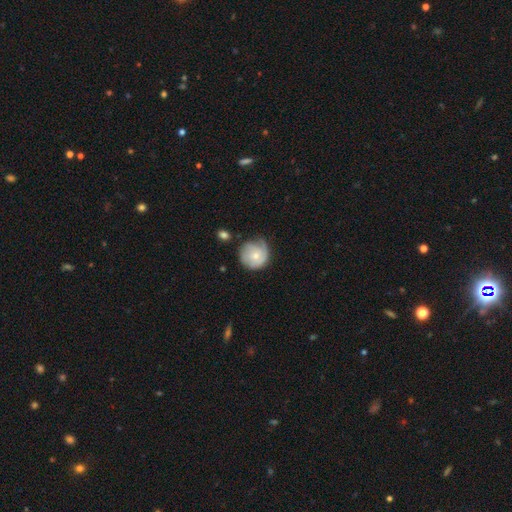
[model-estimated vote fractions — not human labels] smooth 49%, featured or disk 44%, star or artifact 7%. Down the decision tree: merging — none (56%).